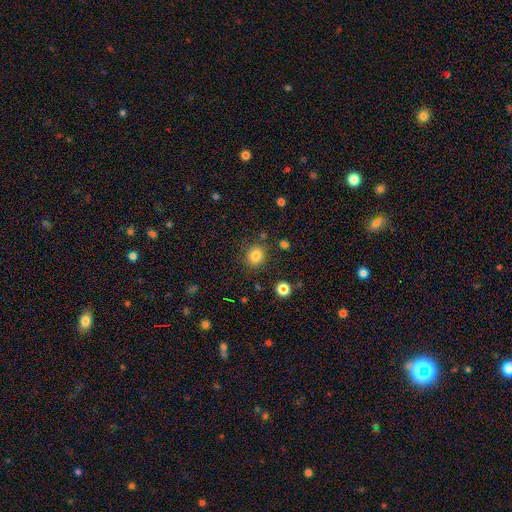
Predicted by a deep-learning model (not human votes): A smooth galaxy with no disk features (83%) that is round (79%). Merging: none (84%).